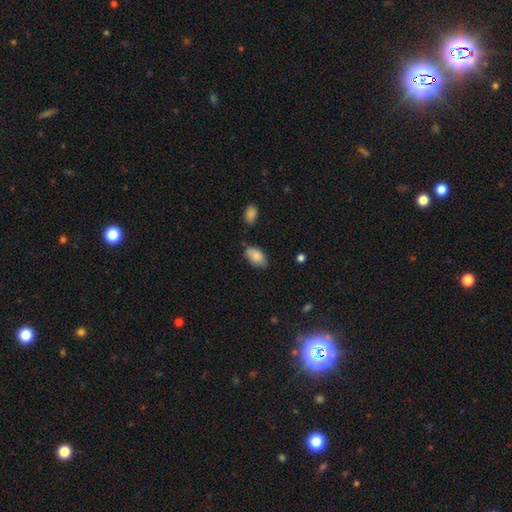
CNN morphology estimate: Q: Smooth or featured?
A: smooth (85%); runner-up: featured or disk (8%)
Q: How rounded?
A: in between (94%); runner-up: round (4%)
Q: Merging?
A: none (69%); runner-up: minor disturbance (22%)